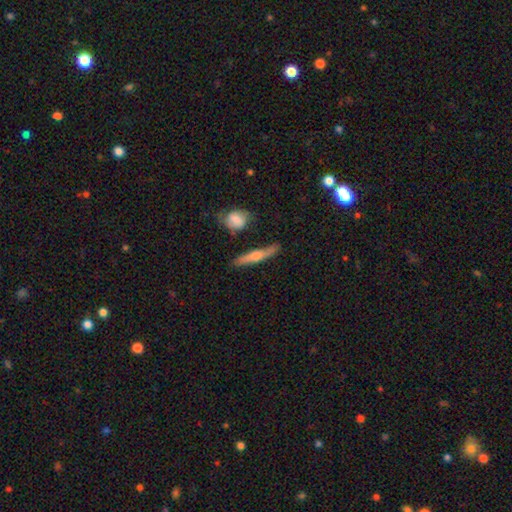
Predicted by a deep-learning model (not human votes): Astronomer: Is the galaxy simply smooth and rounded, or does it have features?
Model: featured or disk — 49% (runner-up: smooth, 45%).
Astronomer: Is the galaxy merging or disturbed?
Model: none — 77%.